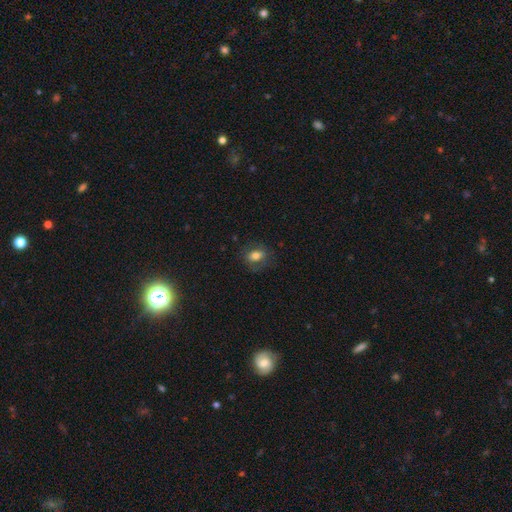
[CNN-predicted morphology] This appears to be a smooth galaxy with no disk features (73%) that is in between round and cigar-shaped (75%). Merging: none (74%).